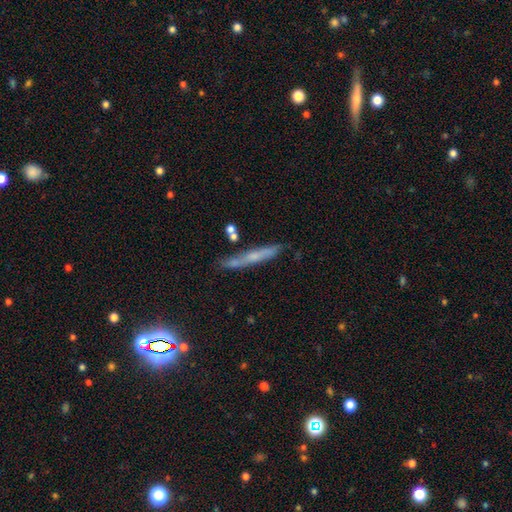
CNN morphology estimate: smooth-or-featured: smooth: 49% | featured or disk: 42% | star or artifact: 9%
  merging: none: 75% | minor disturbance: 16% | merger: 5% | major disturbance: 4%